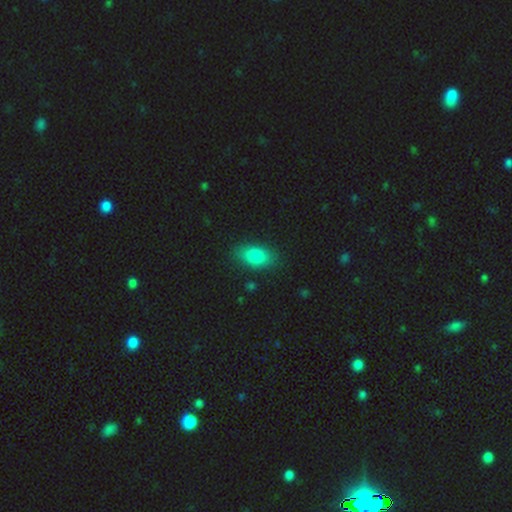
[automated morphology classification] Smooth or featured: smooth — 82% (featured or disk — 10%)
How rounded: in between — 87% (round — 9%)
Merging: none — 83% (minor disturbance — 12%)